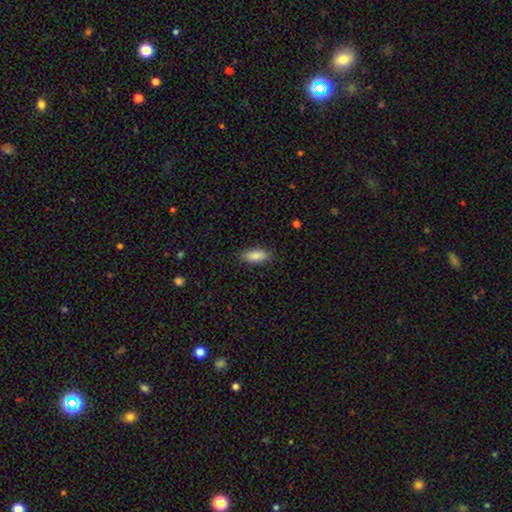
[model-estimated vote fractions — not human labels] This is clearly a smooth galaxy (88%). How rounded: clearly in between (80%). Merging: clearly none (87%).